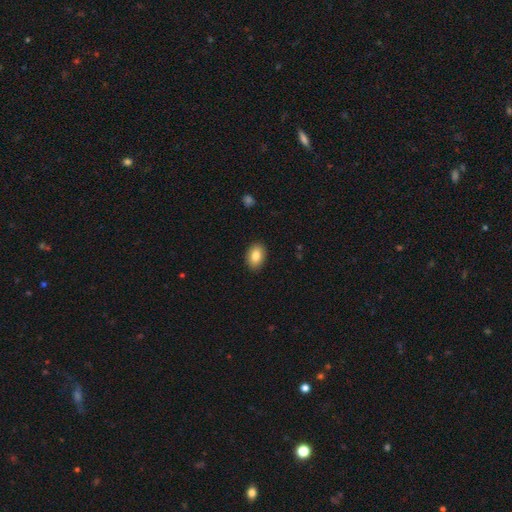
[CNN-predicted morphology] A smooth galaxy with no disk features (85%) that is in between round and cigar-shaped (85%).

Vote fractions:
- Smooth or featured? smooth: 85% / star or artifact: 7% / featured or disk: 7%
- How rounded? in between: 85% / round: 13% / cigar-shaped: 1%
- Merging? none: 90% / minor disturbance: 8% / major disturbance: 2% / merger: 1%